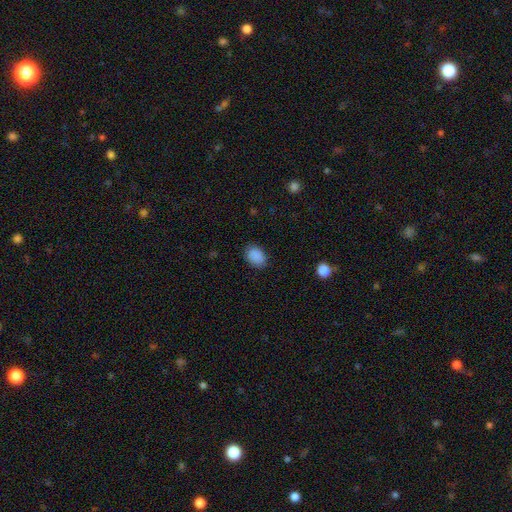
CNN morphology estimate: Smooth or featured?
  - smooth: 89% *
  - star or artifact: 8%
  - featured or disk: 3%
How rounded?
  - in between: 74% *
  - round: 25%
  - cigar-shaped: 1%
Merging?
  - none: 83% *
  - minor disturbance: 13%
  - major disturbance: 3%
  - merger: 1%